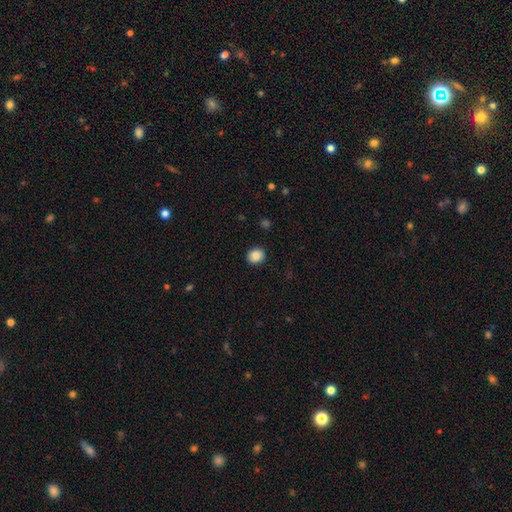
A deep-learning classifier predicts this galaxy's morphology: The model was most divided on "how rounded": round: 69%, in between: 30%, cigar-shaped: 1%. More confident: merging — none (89%); smooth or featured — smooth (85%).